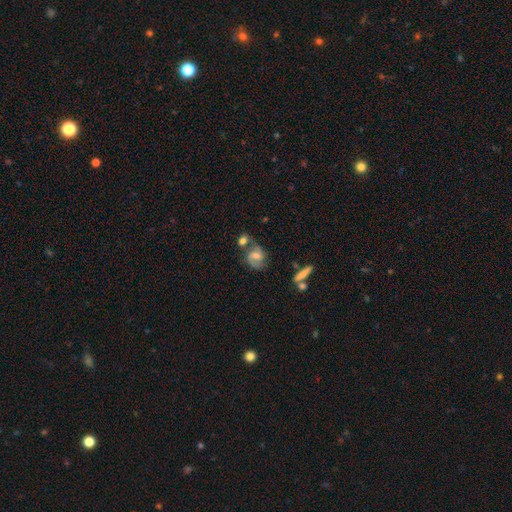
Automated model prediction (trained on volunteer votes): Q: Smooth or featured?
A: featured or disk (66%); runner-up: smooth (25%)
Q: Edge-on disk?
A: no (96%); runner-up: yes (4%)
Q: Bar?
A: weak (44%); runner-up: no (42%)
Q: Spiral arms?
A: yes (90%); runner-up: no (10%)
Q: Spiral winding?
A: medium (50%); runner-up: loose (25%)
Q: Spiral arm count?
A: 2 (85%); runner-up: can't tell (7%)
Q: Bulge size?
A: moderate (63%); runner-up: small (27%)
Q: Merging?
A: none (52%); runner-up: merger (24%)